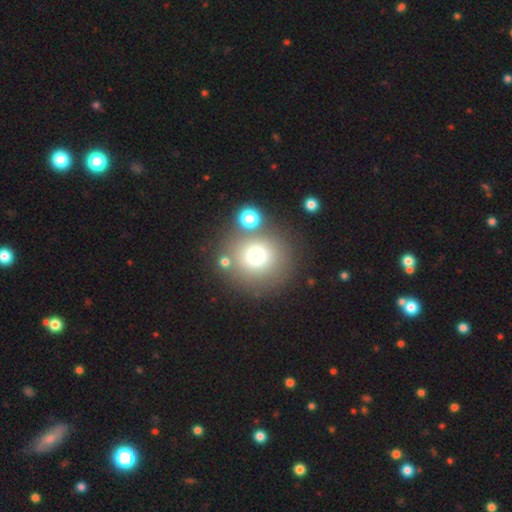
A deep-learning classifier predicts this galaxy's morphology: Smooth or featured: smooth — 71% (star or artifact — 15%)
How rounded: round — 89% (in between — 10%)
Merging: none — 72% (merger — 13%)